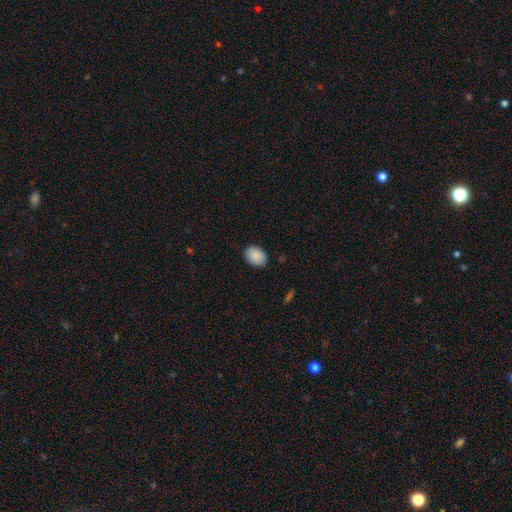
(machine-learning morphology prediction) A smooth galaxy with no disk features (90%) that is in between round and cigar-shaped (77%). Merging: none (87%).